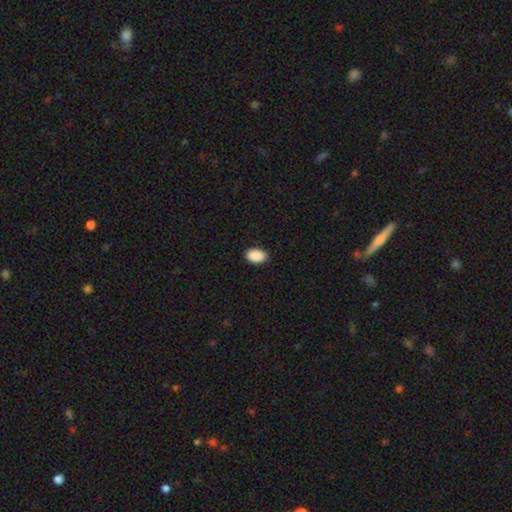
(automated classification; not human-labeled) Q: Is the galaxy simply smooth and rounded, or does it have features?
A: smooth — 91%.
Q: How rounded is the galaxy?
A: in between — 93%.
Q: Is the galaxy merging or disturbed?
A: none — 89%.